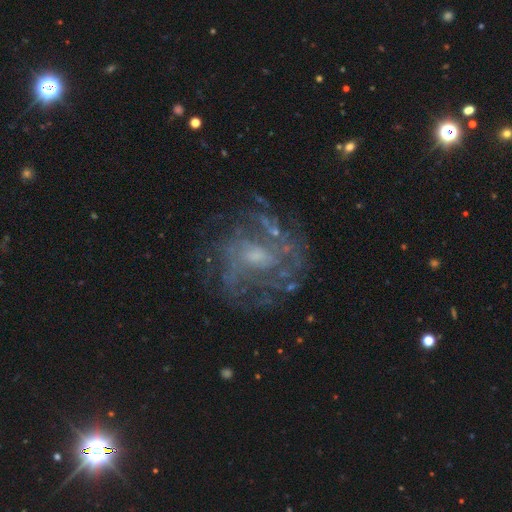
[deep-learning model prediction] Overall: featured or disk (78%). Edge-on disk: no (97%). Bar: no (58%; weak 35%). Spiral arms: yes (75%). Spiral arm count: can't tell (50%; 2 15%). Spiral winding: tight (45%; medium 37%). Bulge size: small (45%; moderate 40%). Merging: none (67%).